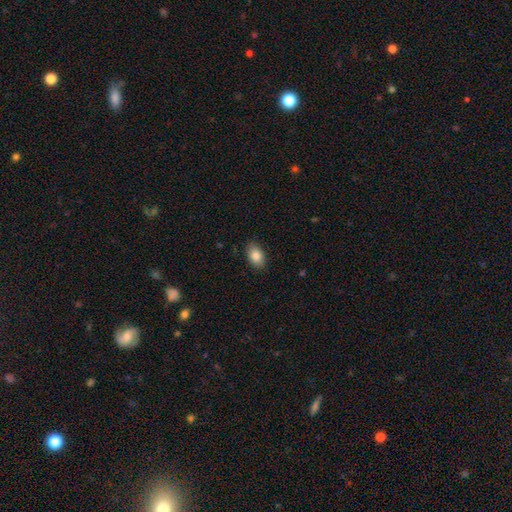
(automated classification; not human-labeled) smooth 86%, star or artifact 7%, featured or disk 7%. Down the decision tree: how rounded — in between (90%); merging — none (87%).